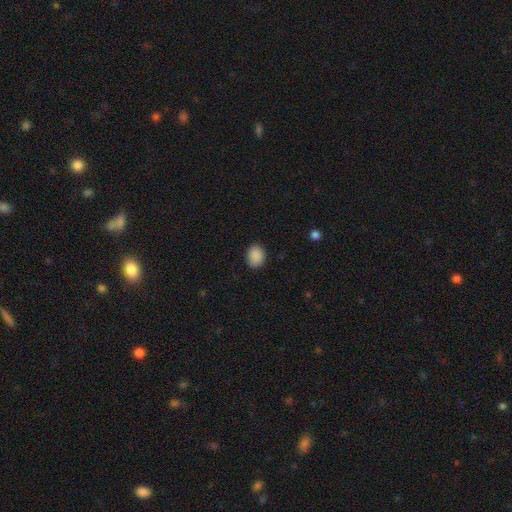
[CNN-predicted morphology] Smooth or featured? smooth (89%)
How rounded? in between (52%)
Merging? none (86%)